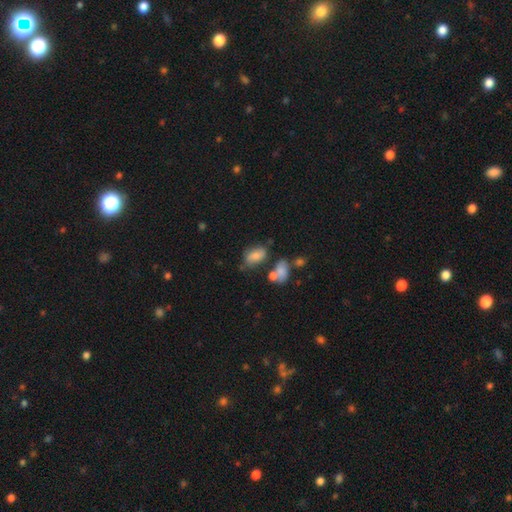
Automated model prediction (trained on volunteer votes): Morphology: type=smooth (78%); roundness=in between (90%); merging=none (48%).